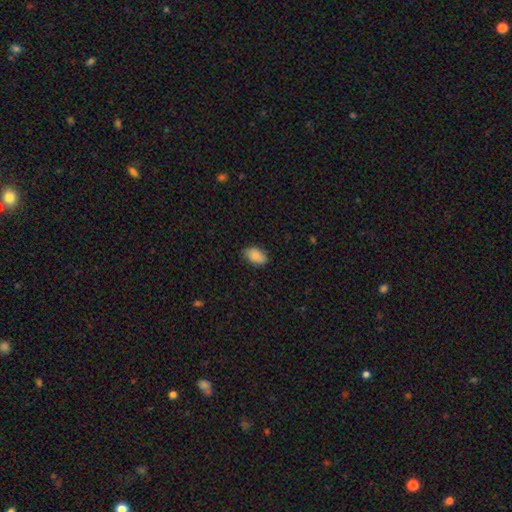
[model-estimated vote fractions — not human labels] Q: Smooth or featured?
A: smooth (86%); runner-up: star or artifact (7%)
Q: How rounded?
A: in between (91%); runner-up: round (7%)
Q: Merging?
A: none (84%); runner-up: minor disturbance (12%)